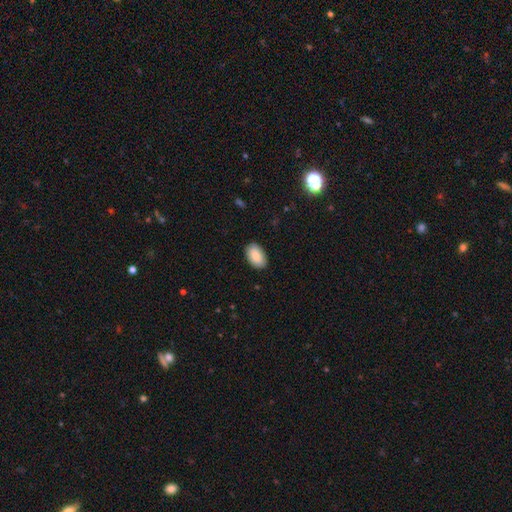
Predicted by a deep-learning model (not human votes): Smooth or featured? Predicted: smooth (p=0.85). How rounded? Predicted: in between (p=0.93). Merging? Predicted: none (p=0.88).